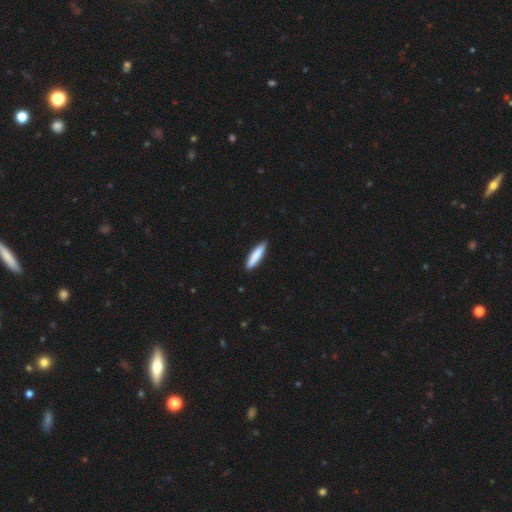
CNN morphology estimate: Smooth or featured? smooth (85%)
How rounded? cigar-shaped (82%)
Merging? none (89%)